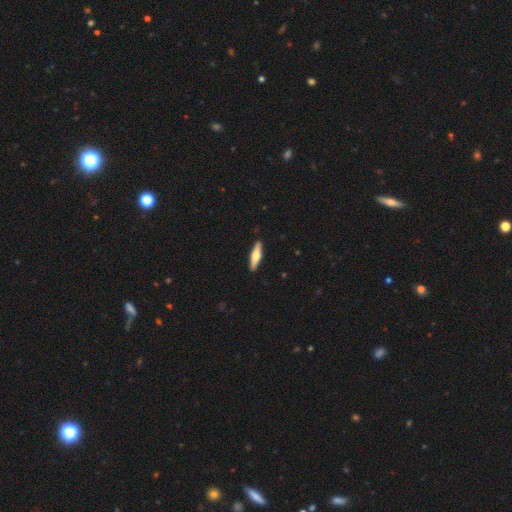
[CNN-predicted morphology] Smooth or featured? Predicted: smooth (p=0.50). Merging? Predicted: none (p=0.91).